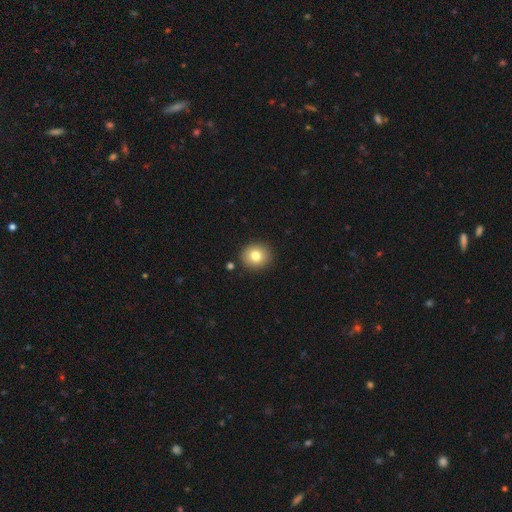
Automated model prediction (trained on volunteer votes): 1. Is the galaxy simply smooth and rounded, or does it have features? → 79% smooth, 11% star or artifact, 10% featured or disk.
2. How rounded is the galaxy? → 87% round, 13% in between, 1% cigar-shaped.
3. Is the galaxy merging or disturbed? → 89% none, 7% minor disturbance, 2% merger, 2% major disturbance.